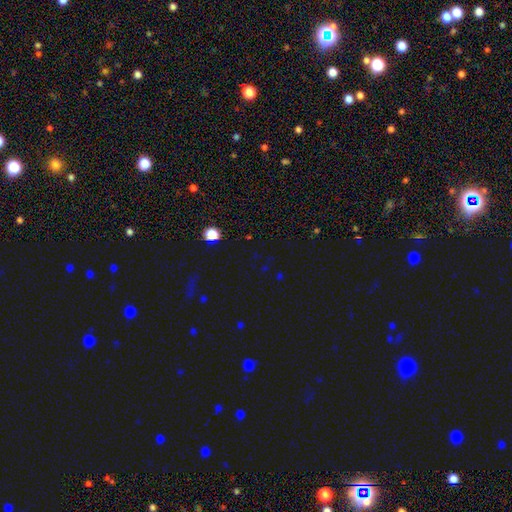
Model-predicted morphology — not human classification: A star or artifact, not a galaxy (68%).

Vote fractions:
- Smooth or featured? star or artifact: 68% / smooth: 25% / featured or disk: 7%